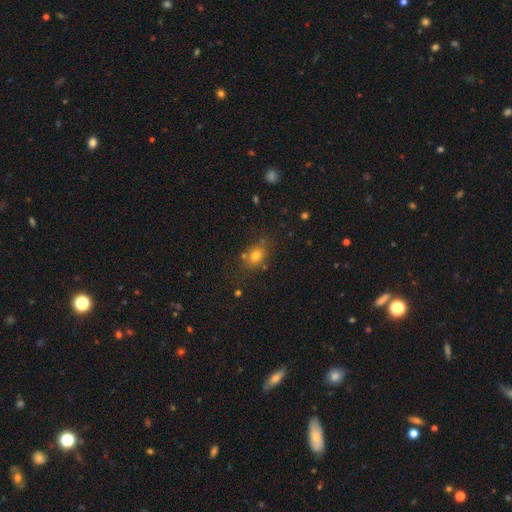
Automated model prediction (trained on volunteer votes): Smooth or featured: smooth — 74% (star or artifact — 15%)
How rounded: in between — 58% (round — 40%)
Merging: none — 71% (minor disturbance — 16%)